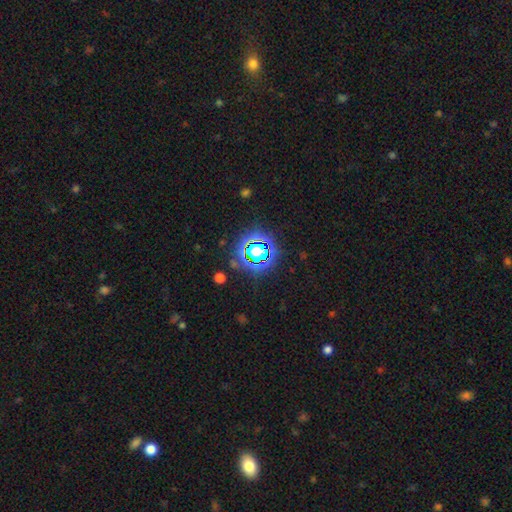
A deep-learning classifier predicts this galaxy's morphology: star or artifact 76%, smooth 15%, featured or disk 8%.